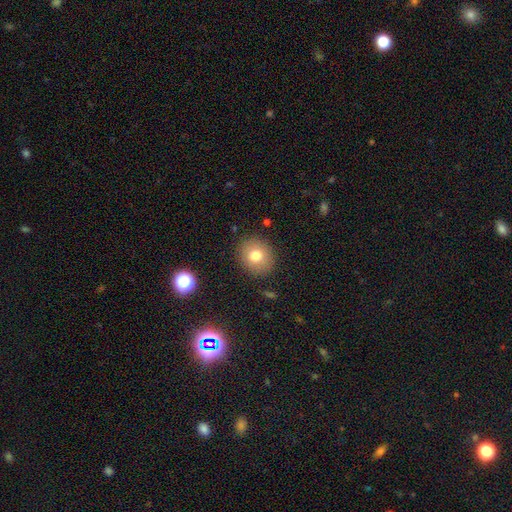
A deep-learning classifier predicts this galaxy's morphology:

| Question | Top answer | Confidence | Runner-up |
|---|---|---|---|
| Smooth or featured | smooth | 76% | featured or disk (13%) |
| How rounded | round | 79% | in between (20%) |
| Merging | none | 88% | minor disturbance (8%) |